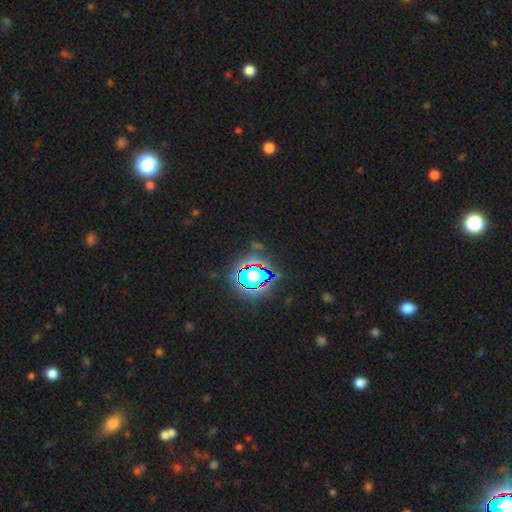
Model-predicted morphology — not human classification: Overall: star or artifact (81%).